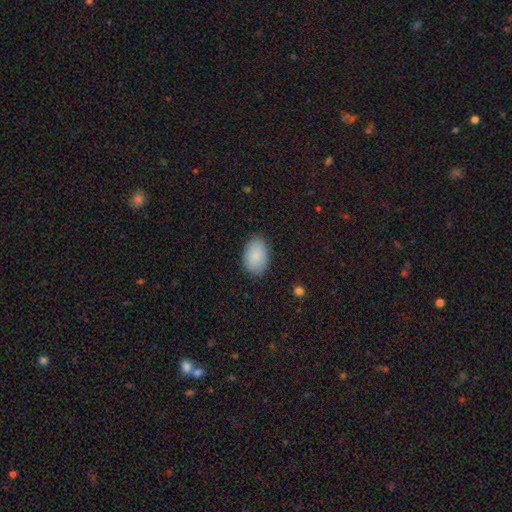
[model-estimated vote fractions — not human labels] smooth_or_featured: smooth (p=0.88) [alt: star or artifact p=0.06]
how_rounded: in between (p=0.89) [alt: round p=0.10]
merging: none (p=0.86) [alt: minor disturbance p=0.11]